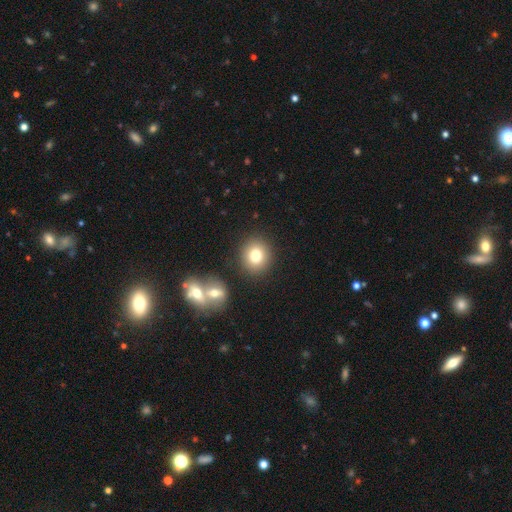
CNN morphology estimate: Smooth or featured? smooth (78%)
How rounded? round (79%)
Merging? none (83%)